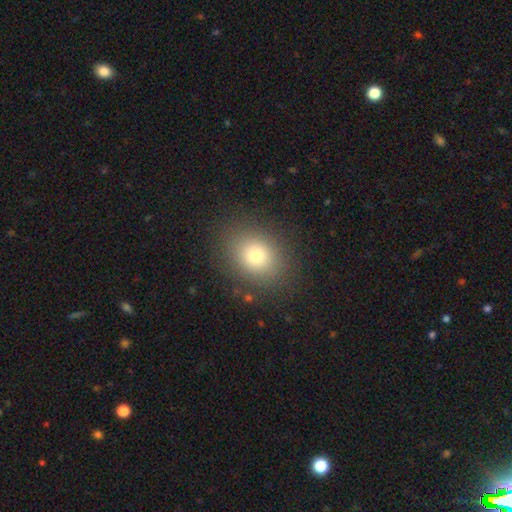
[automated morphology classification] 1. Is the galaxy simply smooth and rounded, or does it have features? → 77% smooth, 13% star or artifact, 10% featured or disk.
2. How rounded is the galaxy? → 55% round, 45% in between, 1% cigar-shaped.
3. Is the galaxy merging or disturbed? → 86% none, 9% minor disturbance, 4% major disturbance, 1% merger.